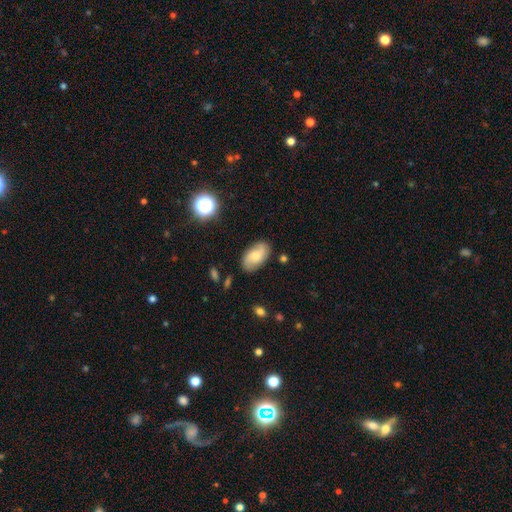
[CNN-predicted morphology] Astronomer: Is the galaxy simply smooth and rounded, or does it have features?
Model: smooth — 53% (runner-up: featured or disk, 38%).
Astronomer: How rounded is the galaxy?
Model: in between — 92%.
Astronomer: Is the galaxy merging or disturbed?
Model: none — 81%.